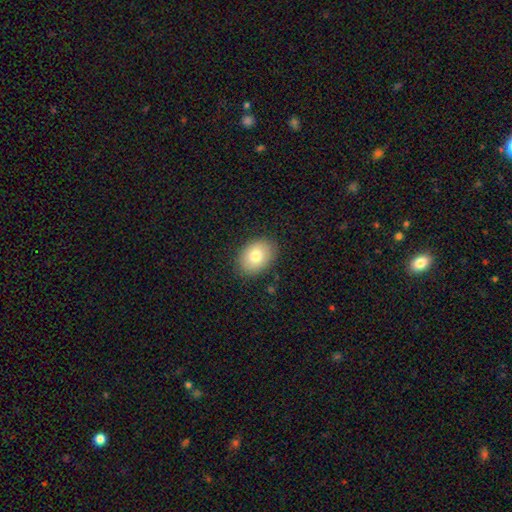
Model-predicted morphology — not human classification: A smooth galaxy with no disk features (79%) that is in between round and cigar-shaped (70%). Merging: none (86%).